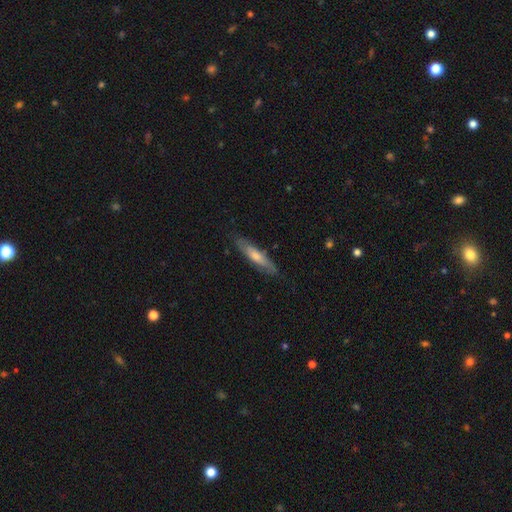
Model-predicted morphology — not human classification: smooth-or-featured: smooth: 47% (tied) | featured or disk: 47% (tied) | star or artifact: 6%
  merging: none: 81% | minor disturbance: 15% | major disturbance: 3% | merger: 1%